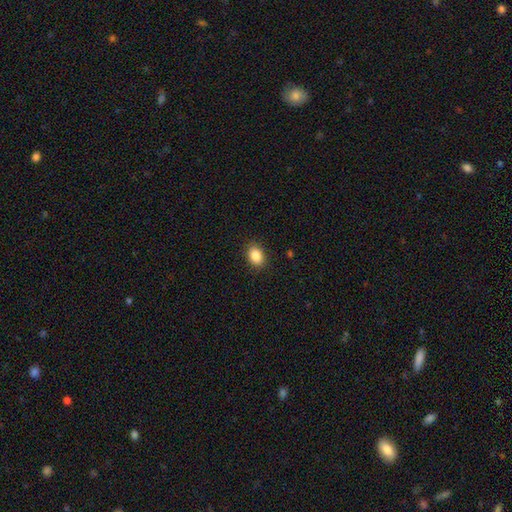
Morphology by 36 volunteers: smooth-or-featured: smooth: 100% | featured or disk: 0% | star or artifact: 0%
  how-rounded: in between: 72% | round: 28% | cigar-shaped: 0%
  merging: none: 83% | minor disturbance: 14% | major disturbance: 3% | merger: 0%